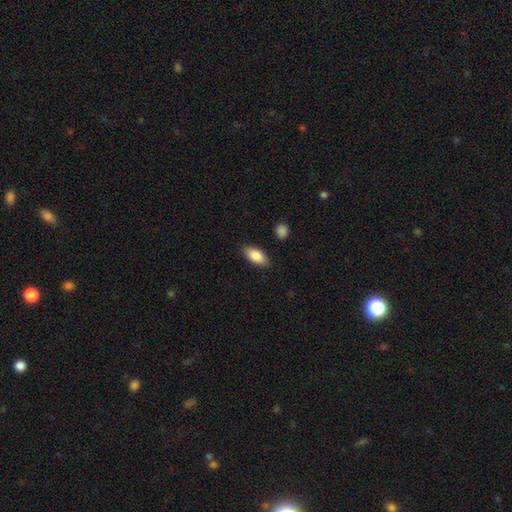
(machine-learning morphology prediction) Smooth or featured? Predicted: smooth (p=0.85). How rounded? Predicted: in between (p=0.89). Merging? Predicted: none (p=0.87).